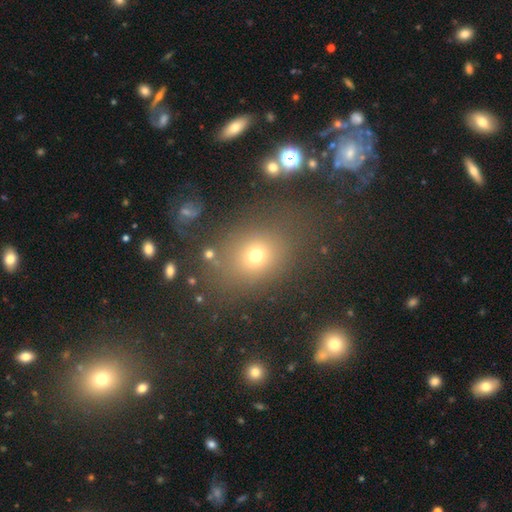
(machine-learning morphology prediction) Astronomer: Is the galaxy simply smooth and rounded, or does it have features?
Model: smooth — 67%.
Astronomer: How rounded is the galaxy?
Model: round — 58% (runner-up: in between, 40%).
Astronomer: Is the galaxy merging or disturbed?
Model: none — 74%.